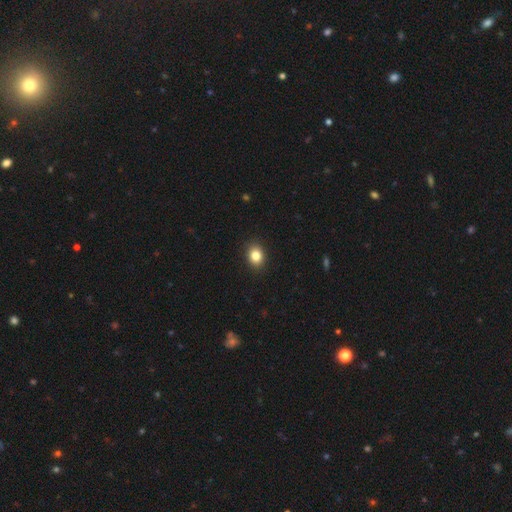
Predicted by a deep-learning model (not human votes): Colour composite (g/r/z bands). It shows a smooth galaxy with no disk features (84%) that is in between round and cigar-shaped (53%). Merging: none (90%).